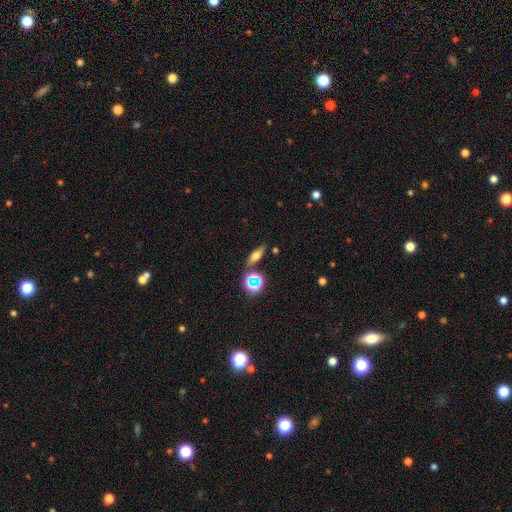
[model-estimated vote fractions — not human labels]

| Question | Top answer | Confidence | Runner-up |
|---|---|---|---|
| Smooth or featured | smooth | 46% | featured or disk (36%) |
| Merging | none | 77% | minor disturbance (12%) |